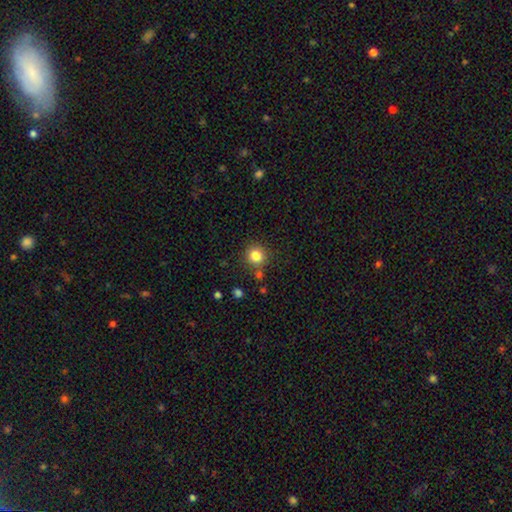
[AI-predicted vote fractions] This appears to be a smooth galaxy with no disk features (82%) that is round (93%). Merging: none (83%).